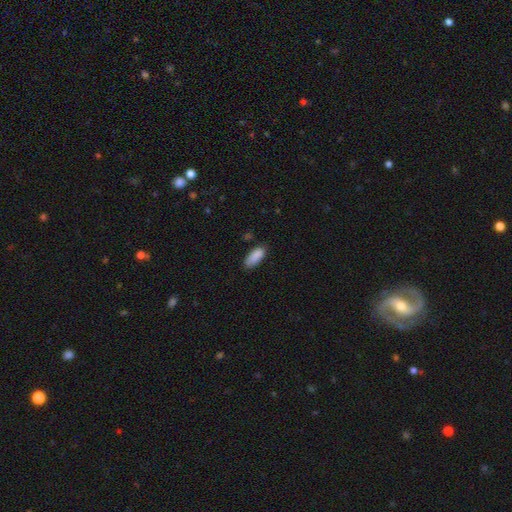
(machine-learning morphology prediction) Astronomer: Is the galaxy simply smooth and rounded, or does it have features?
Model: smooth — 88%.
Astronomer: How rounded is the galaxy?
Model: in between — 84%.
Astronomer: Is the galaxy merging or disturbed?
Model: none — 70%.